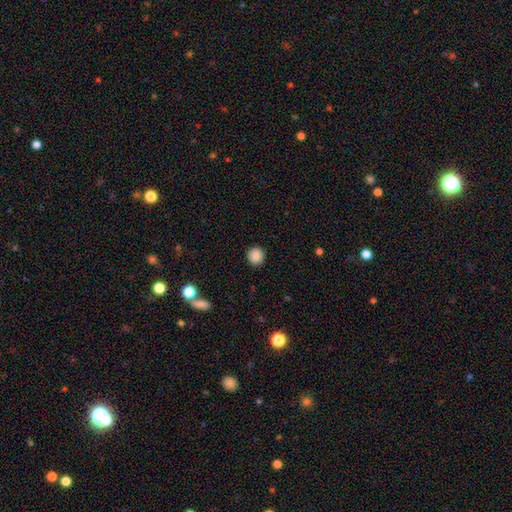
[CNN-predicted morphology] smooth 88%, star or artifact 9%, featured or disk 3%. Down the decision tree: how rounded — round (90%); merging — none (91%).